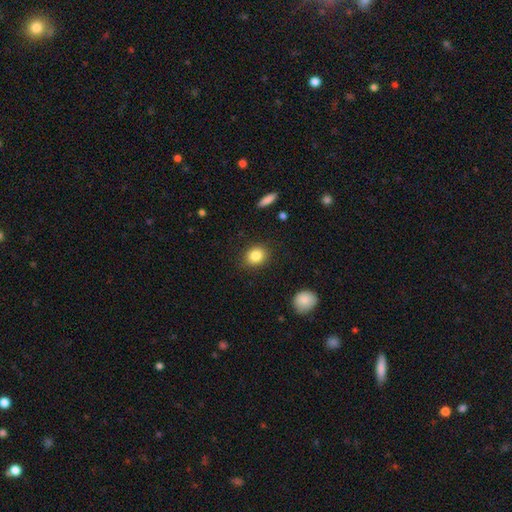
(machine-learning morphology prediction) smooth_or_featured: smooth (p=0.84) [alt: star or artifact p=0.09]
how_rounded: round (p=0.63) [alt: in between p=0.36]
merging: none (p=0.87) [alt: minor disturbance p=0.09]